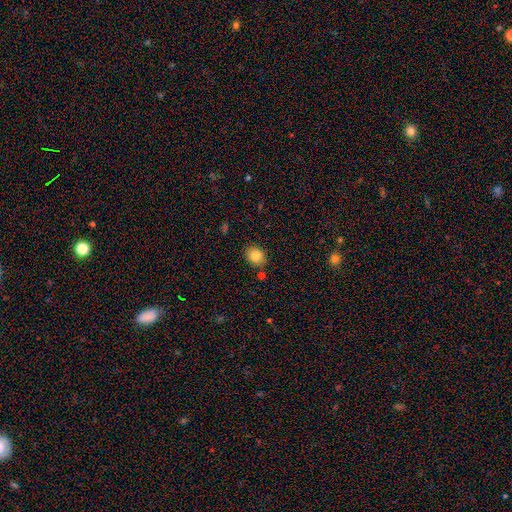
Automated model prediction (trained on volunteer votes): smooth_or_featured: smooth (p=0.83) [alt: star or artifact p=0.10]
how_rounded: round (p=0.70) [alt: in between p=0.29]
merging: none (p=0.84) [alt: minor disturbance p=0.09]